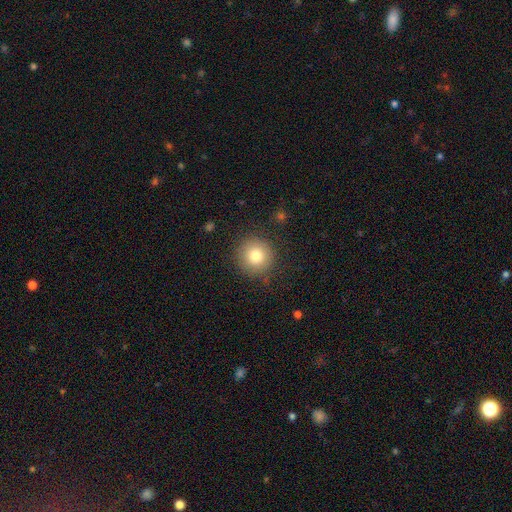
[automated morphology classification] smooth_or_featured: smooth (p=0.80) [alt: star or artifact p=0.10]
how_rounded: round (p=0.95) [alt: in between p=0.04]
merging: none (p=0.88) [alt: minor disturbance p=0.08]